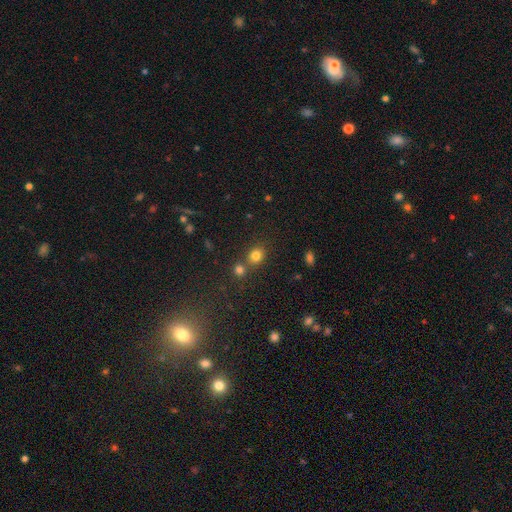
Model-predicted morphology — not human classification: smooth 79%, star or artifact 15%, featured or disk 7%. Down the decision tree: how rounded — round (70%); merging — none (63%).